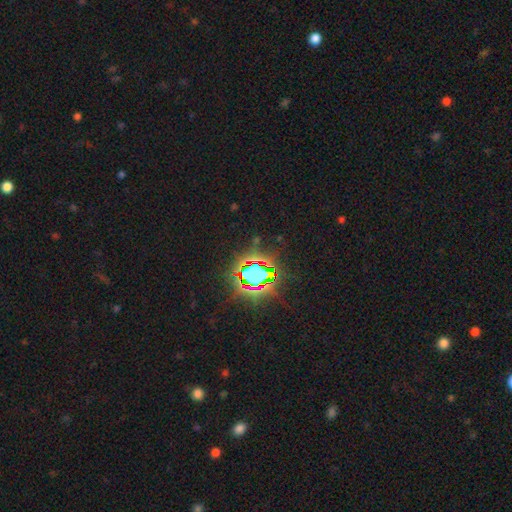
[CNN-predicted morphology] The model was most divided on "smooth or featured": star or artifact: 82%, smooth: 11%, featured or disk: 7%.